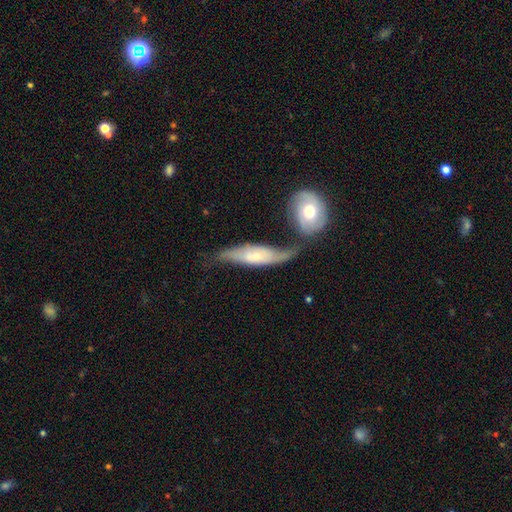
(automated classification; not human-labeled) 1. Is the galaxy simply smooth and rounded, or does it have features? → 58% featured or disk, 36% smooth, 6% star or artifact.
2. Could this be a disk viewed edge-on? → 63% no, 37% yes.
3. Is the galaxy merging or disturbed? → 33% merger, 32% none, 21% minor disturbance, 13% major disturbance.